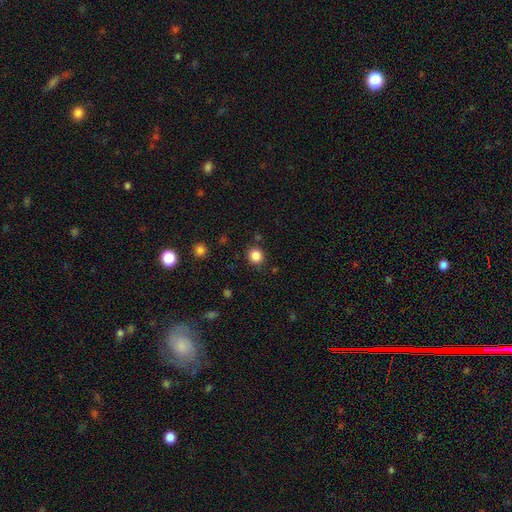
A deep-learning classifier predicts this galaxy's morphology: A smooth galaxy with no disk features (85%) that is round (87%).

Vote fractions:
- Smooth or featured? smooth: 85% / star or artifact: 11% / featured or disk: 4%
- How rounded? round: 87% / in between: 12% / cigar-shaped: 1%
- Merging? none: 87% / minor disturbance: 8% / major disturbance: 3% / merger: 3%